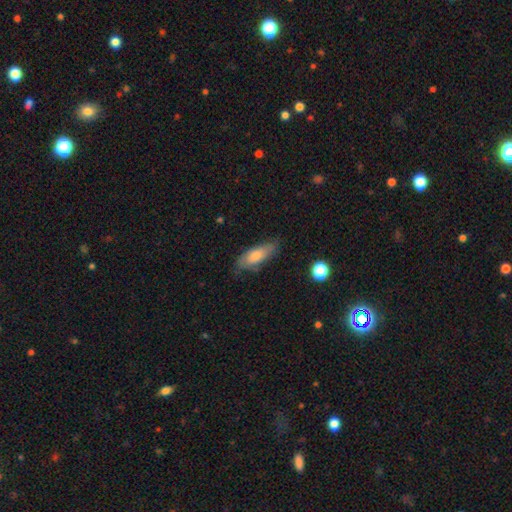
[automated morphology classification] smooth 73%, featured or disk 20%, star or artifact 7%. Down the decision tree: how rounded — in between (72%); merging — none (65%).